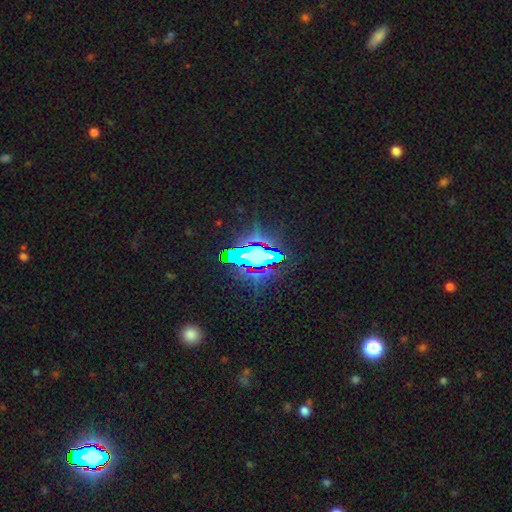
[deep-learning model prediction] Smooth or featured: star or artifact — 59% (smooth — 22%)